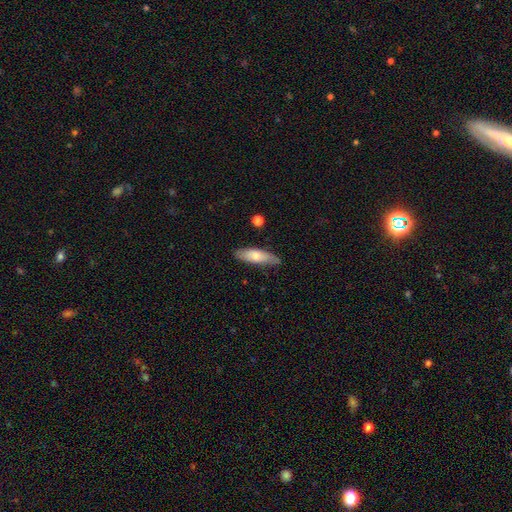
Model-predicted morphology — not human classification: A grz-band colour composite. It shows a smooth galaxy with no disk features (68%) that is in between round and cigar-shaped (51%). Merging: none (74%).